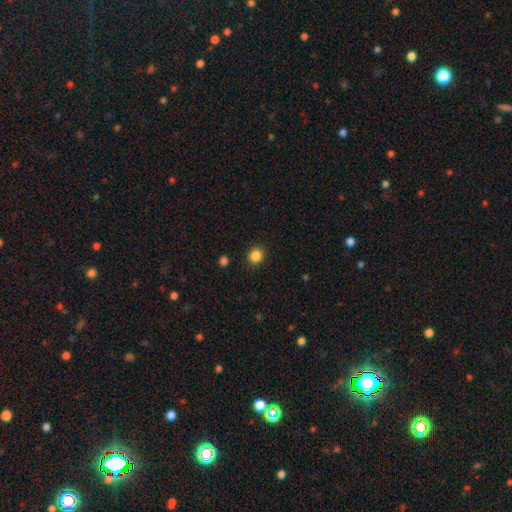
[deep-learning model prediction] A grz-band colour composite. It shows a smooth galaxy with no disk features (86%) that is round (87%). Merging: none (91%).